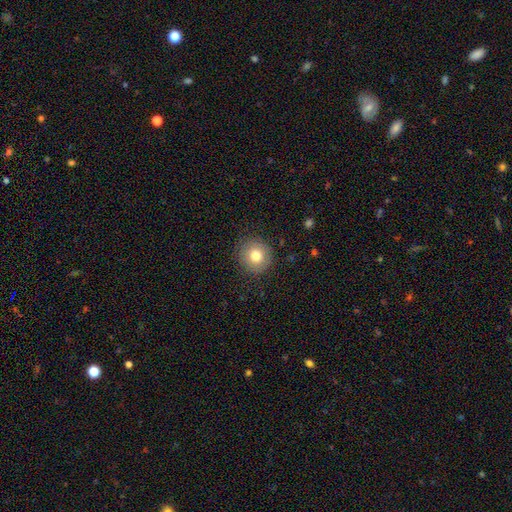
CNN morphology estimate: Smooth or featured? Predicted: smooth (p=0.78). How rounded? Predicted: round (p=0.92). Merging? Predicted: none (p=0.88).